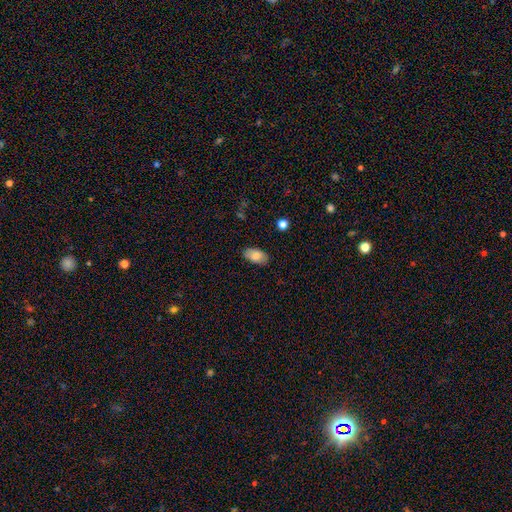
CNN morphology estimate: type=smooth (80%); roundness=in between (94%); merging=none (85%).